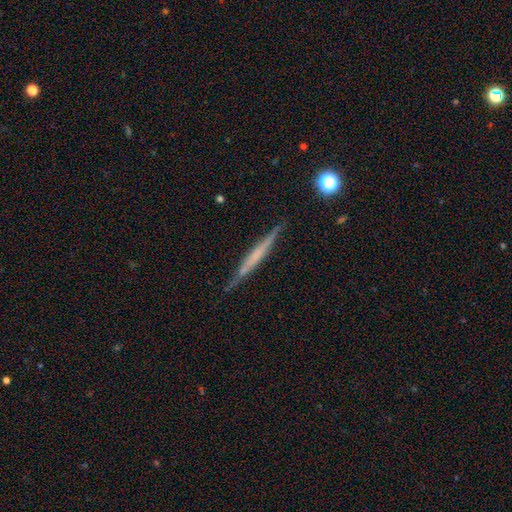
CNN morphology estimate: Smooth or featured: featured or disk — 58% (smooth — 35%)
Edge-on disk: yes — 97% (no — 3%)
Edge-on bulge: none — 73% (rounded — 14%)
Merging: none — 86% (minor disturbance — 11%)